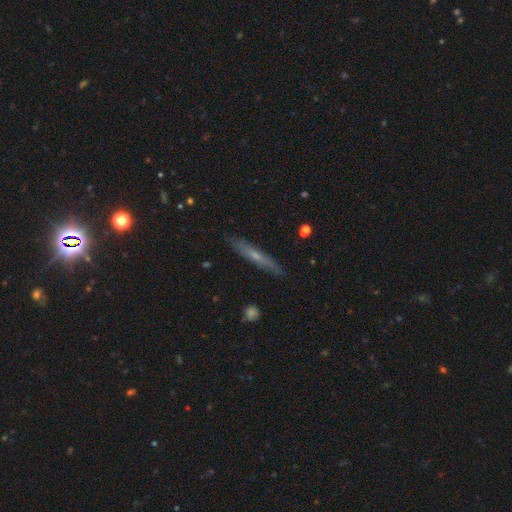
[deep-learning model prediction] This is possibly a featured or disk galaxy (50%). It is clearly viewed edge-on (88%). Merging: clearly none (86%).